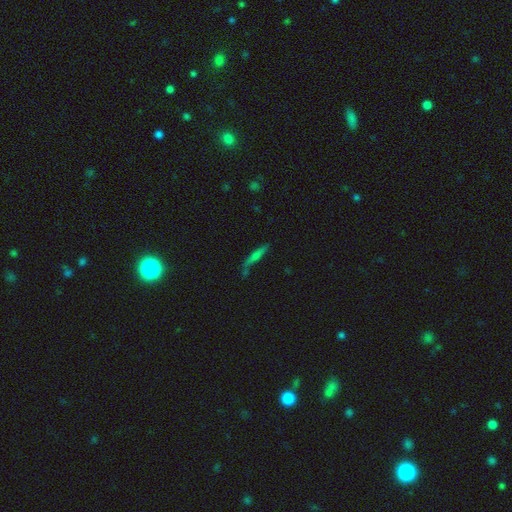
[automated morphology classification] Smooth or featured? Predicted: featured or disk (p=0.45). Merging? Predicted: none (p=0.65).